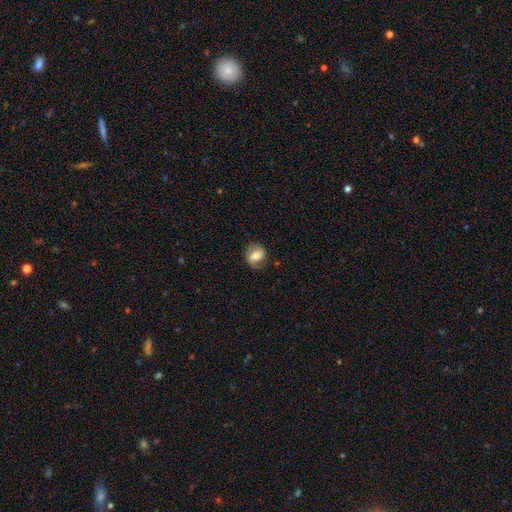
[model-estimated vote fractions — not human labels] smooth_or_featured: smooth (p=0.56) [alt: featured or disk p=0.36]
how_rounded: round (p=0.55) [alt: in between p=0.44]
merging: none (p=0.74) [alt: minor disturbance p=0.19]